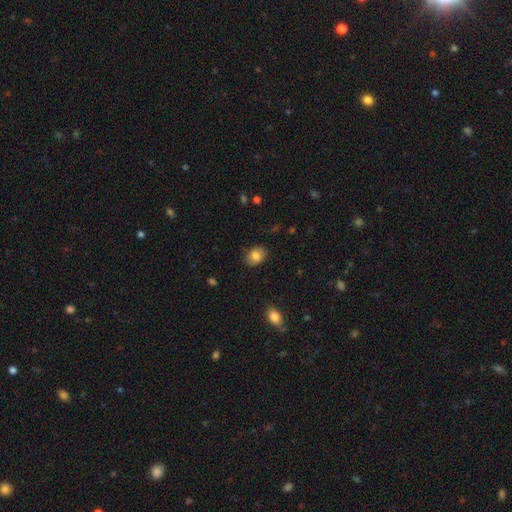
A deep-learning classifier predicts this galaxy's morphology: smooth 82%, featured or disk 10%, star or artifact 8%. Down the decision tree: how rounded — in between (65%); merging — none (84%).